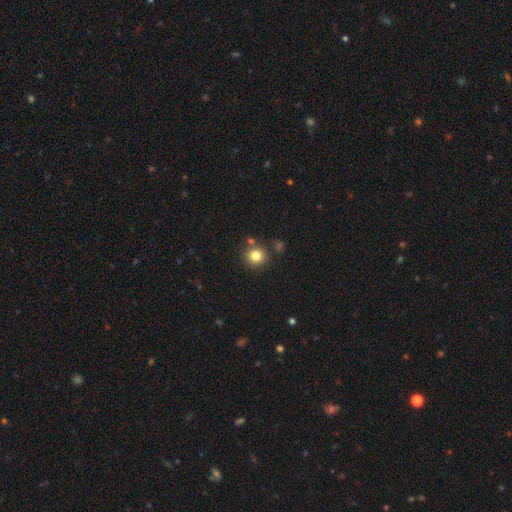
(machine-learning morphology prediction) Smooth or featured? Predicted: smooth (p=0.82). How rounded? Predicted: round (p=0.90). Merging? Predicted: none (p=0.81).